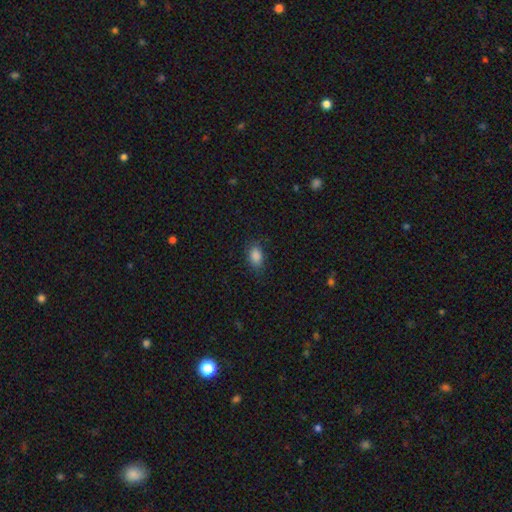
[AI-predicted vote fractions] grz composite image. It shows a smooth galaxy with no disk features (87%) that is in between round and cigar-shaped (86%). Merging: none (80%).